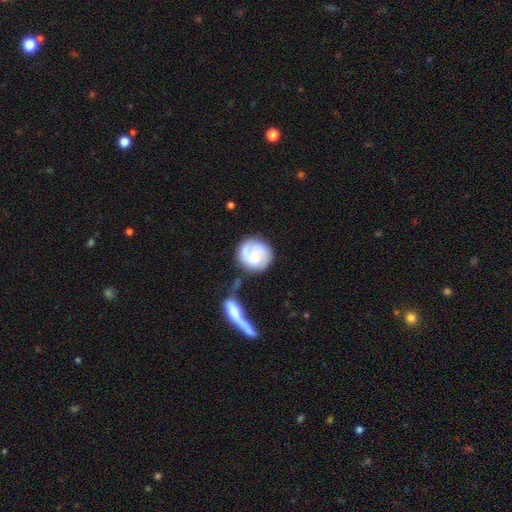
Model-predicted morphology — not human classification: Smooth or featured? featured or disk (71%)
Edge-on disk? no (98%)
Bar? no (63%)
Spiral arms? yes (93%)
Spiral winding? tight (55%)
Spiral arm count? 2 (55%)
Bulge size? moderate (41%, tied with small)
Merging? none (62%)